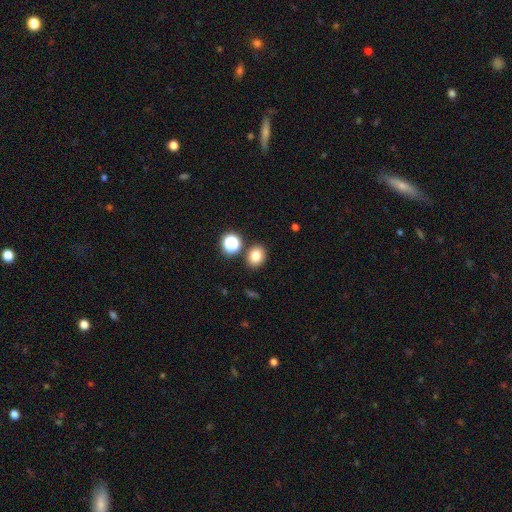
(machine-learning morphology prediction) The model was most divided on "how rounded": round: 52%, in between: 47%, cigar-shaped: 1%. More confident: merging — none (81%); smooth or featured — smooth (79%).